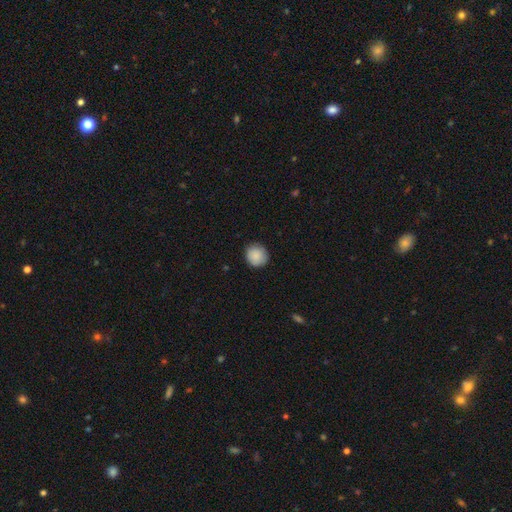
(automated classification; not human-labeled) The model was most divided on "merging": none: 86%, minor disturbance: 11%, major disturbance: 2%, merger: 1%. More confident: how rounded — round (90%); smooth or featured — smooth (88%).